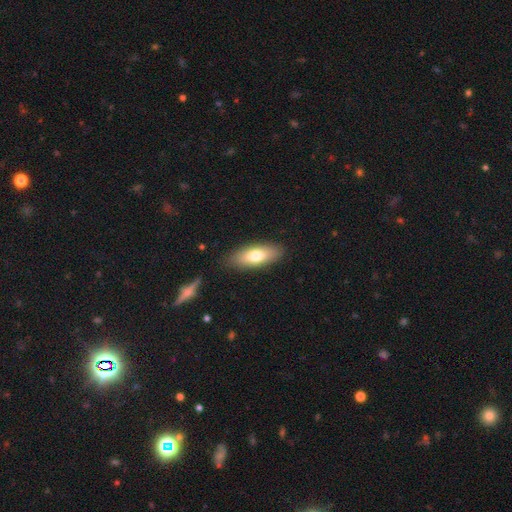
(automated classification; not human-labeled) Smooth or featured: smooth — 71% (featured or disk — 22%)
How rounded: in between — 73% (cigar-shaped — 25%)
Merging: none — 86% (minor disturbance — 10%)